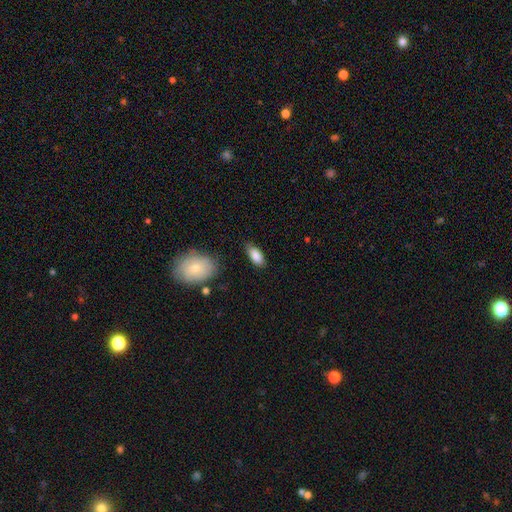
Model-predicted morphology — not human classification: smooth 86%, featured or disk 7%, star or artifact 6%. Down the decision tree: how rounded — in between (88%); merging — none (79%).